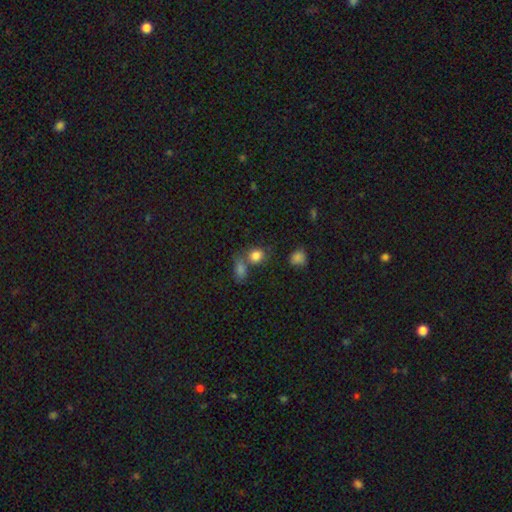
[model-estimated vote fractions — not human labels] Smooth or featured: smooth — 80% (star or artifact — 14%)
How rounded: round — 59% (in between — 40%)
Merging: none — 50% (merger — 32%)